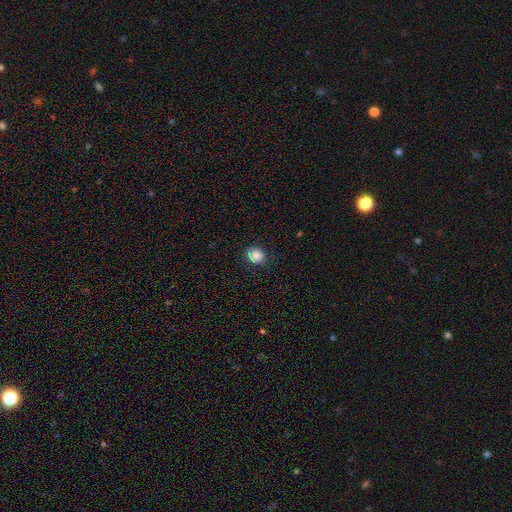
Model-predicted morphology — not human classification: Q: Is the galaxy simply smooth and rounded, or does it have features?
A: smooth — 84%.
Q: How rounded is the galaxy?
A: round — 73%.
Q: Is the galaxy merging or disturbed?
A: none — 82%.